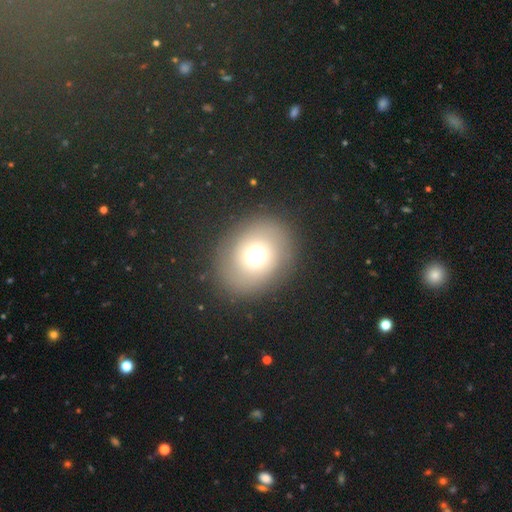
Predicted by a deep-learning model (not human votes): smooth_or_featured: smooth (p=0.66) [alt: featured or disk p=0.18]
how_rounded: round (p=0.68) [alt: in between p=0.31]
merging: none (p=0.83) [alt: minor disturbance p=0.09]